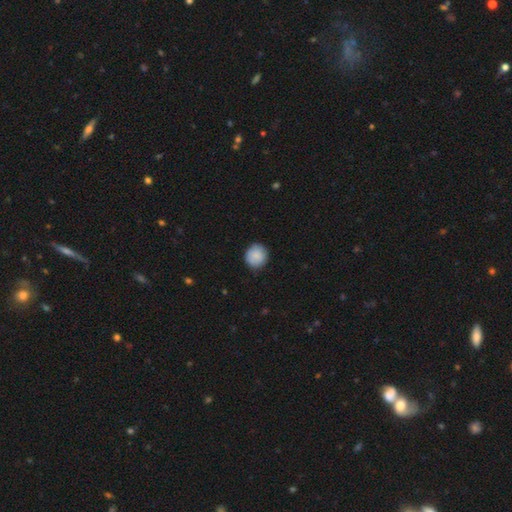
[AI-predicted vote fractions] A smooth galaxy with no disk features (86%) that is round (90%).

Vote fractions:
- Smooth or featured? smooth: 86% / featured or disk: 8% / star or artifact: 6%
- How rounded? round: 90% / in between: 9% / cigar-shaped: 1%
- Merging? none: 87% / minor disturbance: 11% / major disturbance: 2% / merger: 1%